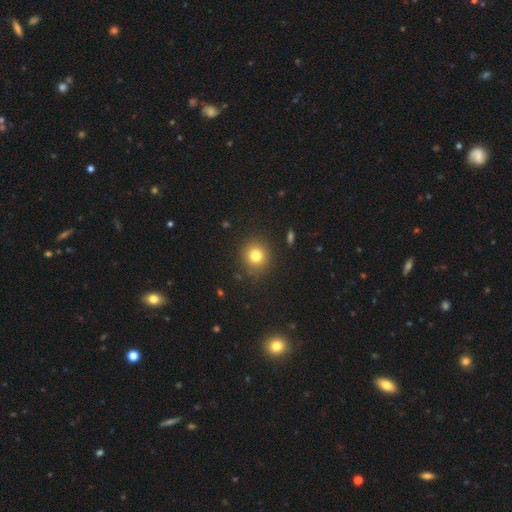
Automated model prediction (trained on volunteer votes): Smooth or featured? smooth (79%)
How rounded? round (89%)
Merging? none (89%)